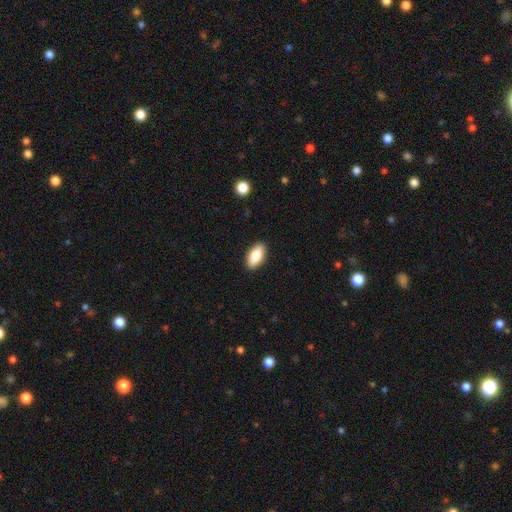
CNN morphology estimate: smooth_or_featured: smooth (p=0.82) [alt: featured or disk p=0.11]
how_rounded: in between (p=0.89) [alt: cigar-shaped p=0.08]
merging: none (p=0.90) [alt: minor disturbance p=0.07]